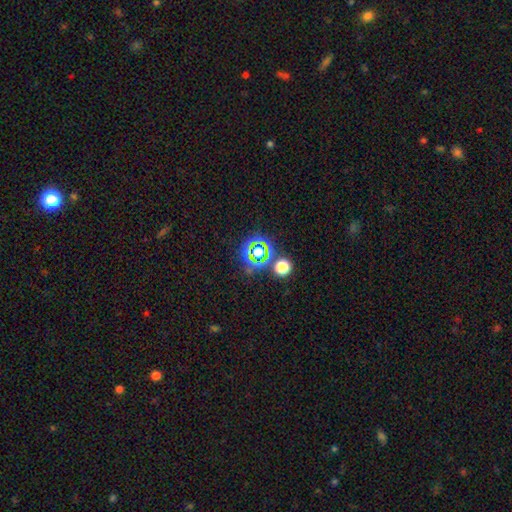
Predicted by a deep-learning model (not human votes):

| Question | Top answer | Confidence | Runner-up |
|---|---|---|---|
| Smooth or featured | star or artifact | 71% | smooth (21%) |